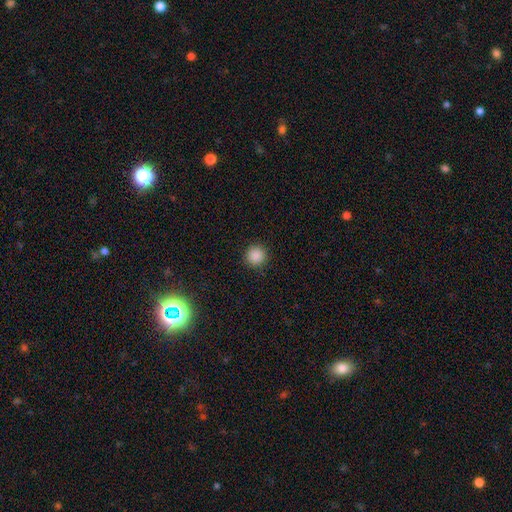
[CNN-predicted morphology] A smooth galaxy with no disk features (88%) that is round (95%).

Vote fractions:
- Smooth or featured? smooth: 88% / star or artifact: 10% / featured or disk: 3%
- How rounded? round: 95% / in between: 5% / cigar-shaped: 1%
- Merging? none: 92% / minor disturbance: 5% / major disturbance: 2% / merger: 1%